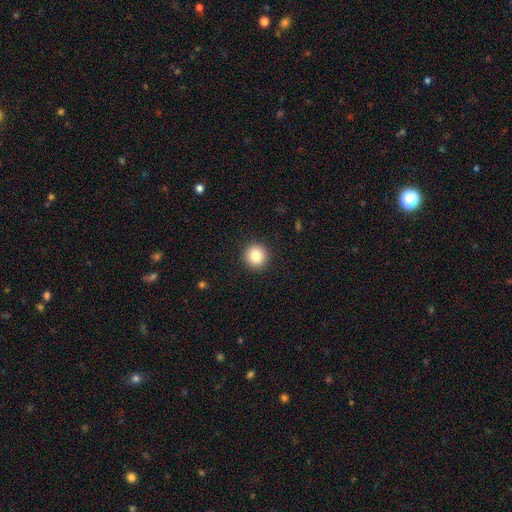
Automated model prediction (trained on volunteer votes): smooth_or_featured: smooth (p=0.85) [alt: star or artifact p=0.09]
how_rounded: round (p=0.94) [alt: in between p=0.05]
merging: none (p=0.92) [alt: minor disturbance p=0.05]